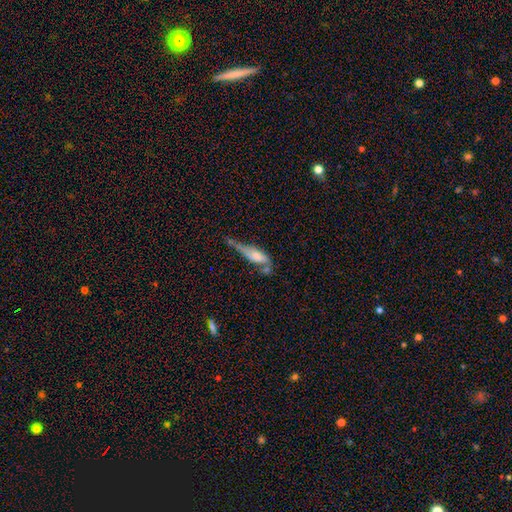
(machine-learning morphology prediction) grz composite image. It shows a smooth galaxy with no disk features (55%) that is in between round and cigar-shaped (50%). Merging: major disturbance (27%, tied with minor disturbance).